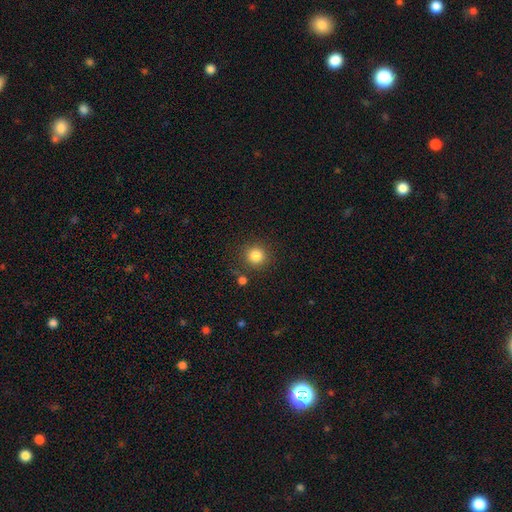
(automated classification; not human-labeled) Overall: smooth (84%). How rounded: round (92%). Merging: none (86%).